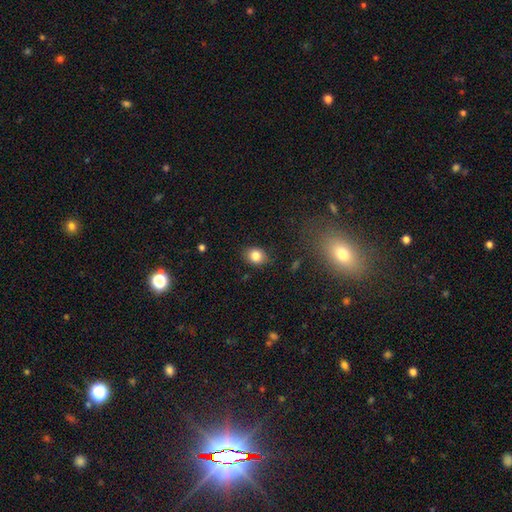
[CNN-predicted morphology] smooth_or_featured: smooth (p=0.83) [alt: star or artifact p=0.10]
how_rounded: round (p=0.50) [alt: in between p=0.49]
merging: none (p=0.84) [alt: minor disturbance p=0.12]